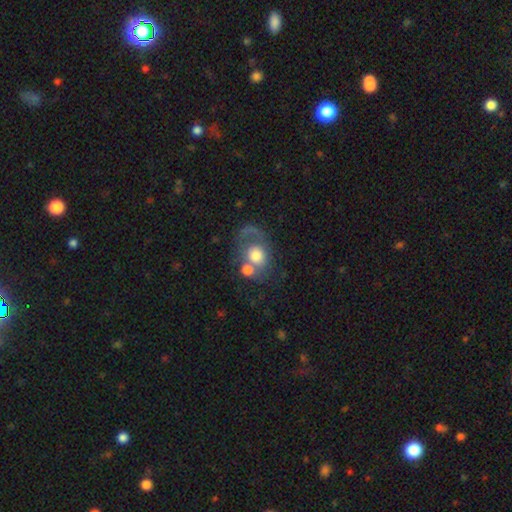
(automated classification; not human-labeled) Q: Smooth or featured?
A: smooth (58%); runner-up: featured or disk (33%)
Q: How rounded?
A: round (58%); runner-up: in between (41%)
Q: Merging?
A: merger (44%); runner-up: none (25%)